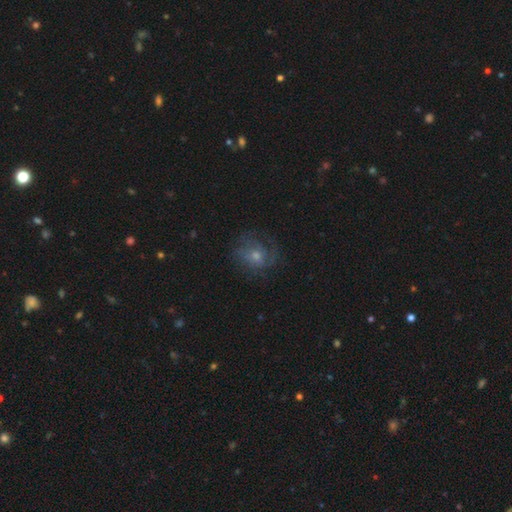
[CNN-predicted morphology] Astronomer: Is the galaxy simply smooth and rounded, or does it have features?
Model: featured or disk — 54% (runner-up: smooth, 29%).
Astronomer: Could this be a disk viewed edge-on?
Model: no — 96%.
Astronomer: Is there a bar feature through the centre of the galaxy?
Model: no — 71%.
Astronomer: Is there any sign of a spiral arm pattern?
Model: yes — 80%.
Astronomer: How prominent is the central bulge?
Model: moderate — 48% (runner-up: small, 42%).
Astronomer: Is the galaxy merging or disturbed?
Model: none — 65%.